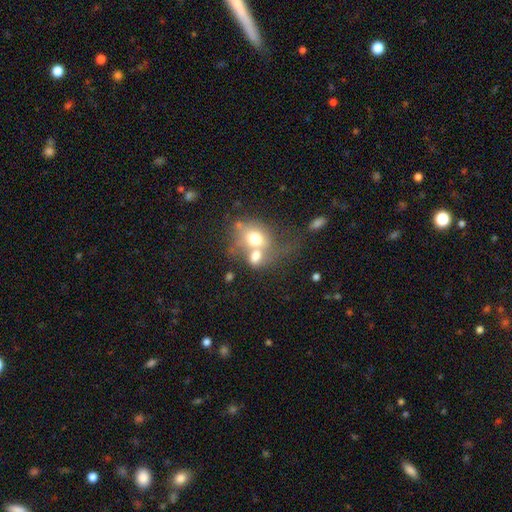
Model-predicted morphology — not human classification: Smooth or featured? Predicted: smooth (p=0.64). How rounded? Predicted: in between (p=0.52). Merging? Predicted: merger (p=0.62).